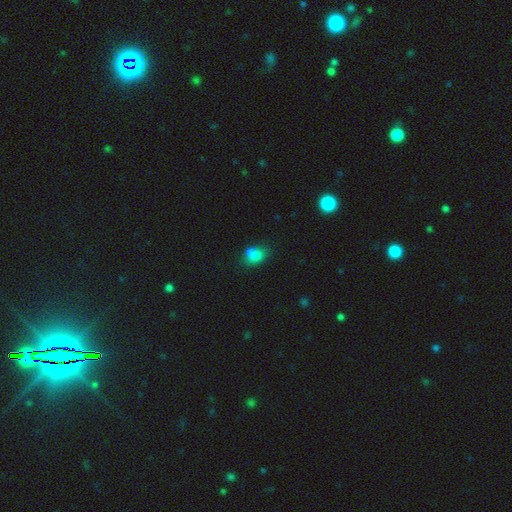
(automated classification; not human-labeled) Smooth or featured? Predicted: smooth (p=0.74). How rounded? Predicted: in between (p=0.67). Merging? Predicted: none (p=0.36).